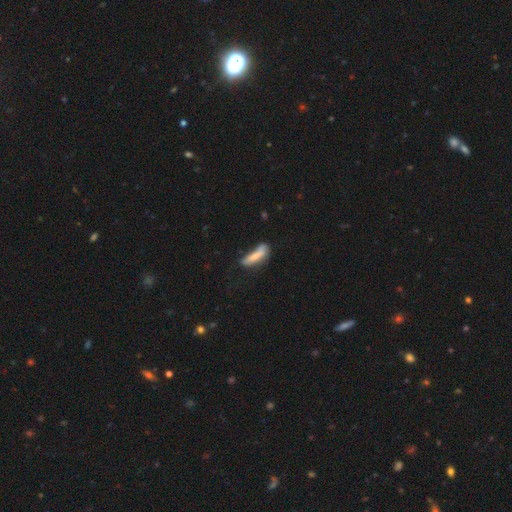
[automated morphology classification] smooth 70%, featured or disk 22%, star or artifact 8%. Down the decision tree: how rounded — cigar-shaped (65%); merging — none (43%).